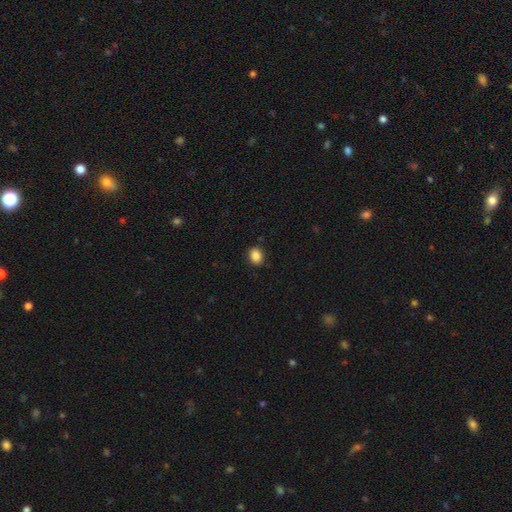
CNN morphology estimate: Smooth or featured?
  - smooth: 87% *
  - star or artifact: 9%
  - featured or disk: 4%
How rounded?
  - in between: 50% *
  - round: 49%
  - cigar-shaped: 1%
Merging?
  - none: 89% *
  - minor disturbance: 8%
  - major disturbance: 2%
  - merger: 1%